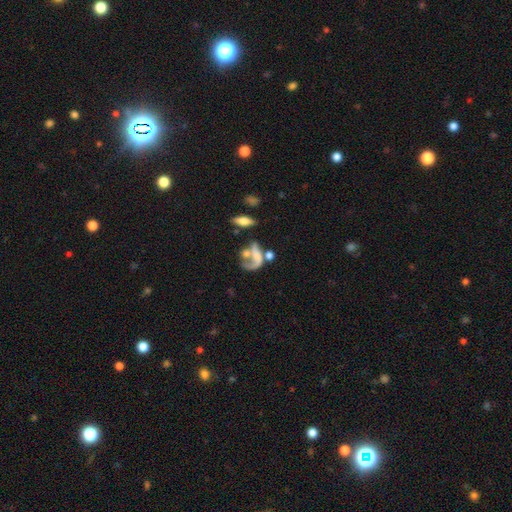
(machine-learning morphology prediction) Smooth or featured? featured or disk (56%)
Edge-on disk? no (95%)
Bar? no (75%)
Spiral arms? yes (52%)
Bulge size? none (56%)
Merging? major disturbance (35%)